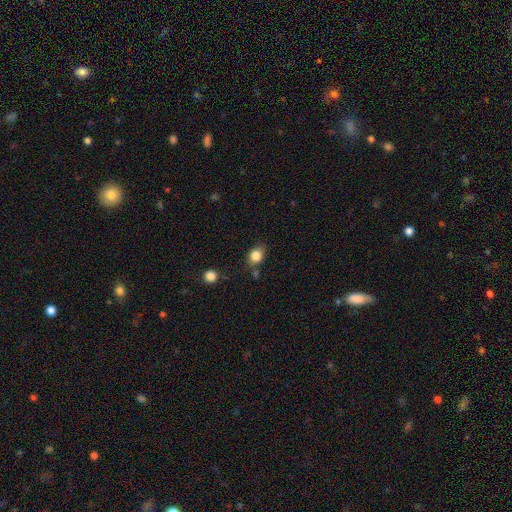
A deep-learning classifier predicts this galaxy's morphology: type=smooth (83%); roundness=in between (54%); merging=none (73%).